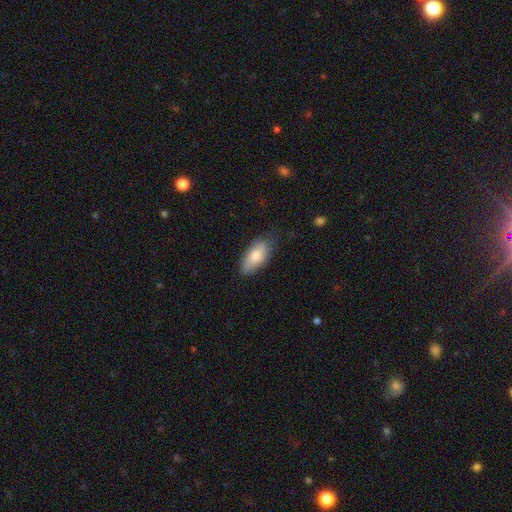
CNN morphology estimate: The model was most divided on "merging": none: 68%, minor disturbance: 25%, major disturbance: 6%, merger: 1%. More confident: how rounded — in between (90%); smooth or featured — smooth (79%).